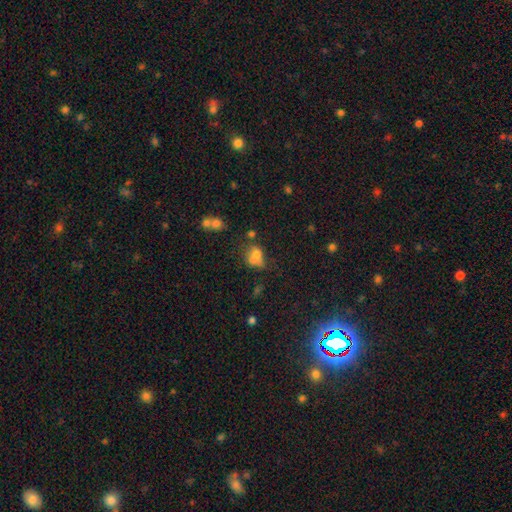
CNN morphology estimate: smooth 63%, featured or disk 20%, star or artifact 17%. Down the decision tree: how rounded — in between (65%); merging — merger (33%).